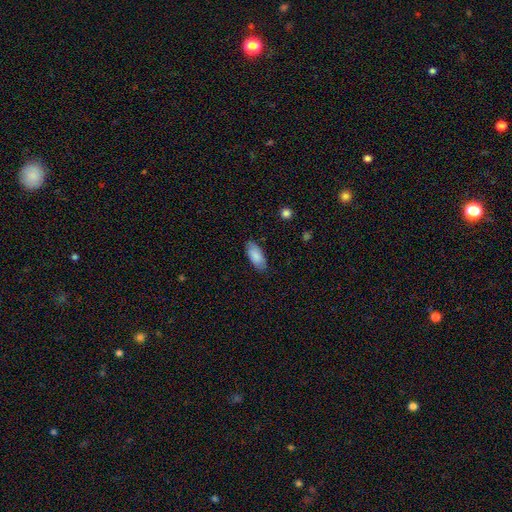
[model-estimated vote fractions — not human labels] Overall: smooth (86%). How rounded: in between (88%). Merging: none (84%).